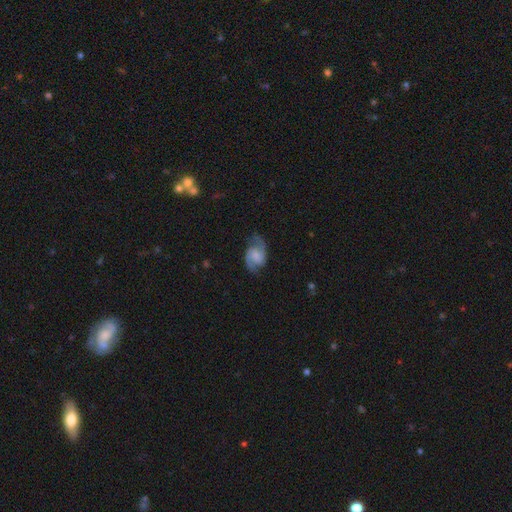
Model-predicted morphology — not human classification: Overall: featured or disk (81%). Edge-on disk: no (98%). Bar: weak (48%; no 39%). Spiral arms: yes (96%). Spiral arm count: 2 (92%). Spiral winding: medium (52%; loose 31%). Bulge size: none (39%; small 33%). Merging: none (77%).